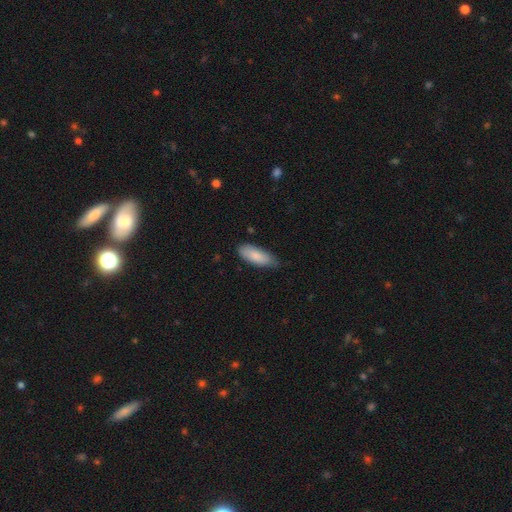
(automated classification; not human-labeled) Smooth or featured?
  - smooth: 86% *
  - featured or disk: 9%
  - star or artifact: 5%
How rounded?
  - in between: 77% *
  - cigar-shaped: 21%
  - round: 2%
Merging?
  - none: 69% *
  - minor disturbance: 26%
  - major disturbance: 3%
  - merger: 1%